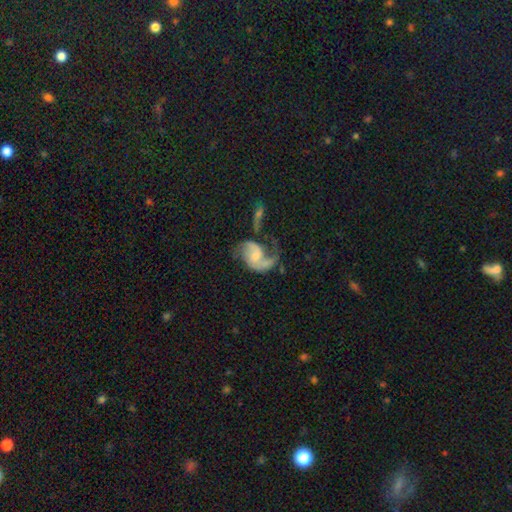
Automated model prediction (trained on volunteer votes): This is clearly a featured or disk galaxy (81%). It is clearly not viewed edge-on (98%). Bar: possibly no (52%). Spiral arm pattern: clearly yes (93%). Spiral arm count: likely 2 (72%). Spiral winding: possibly loose (52%). Central bulge: marginally small (39%). Merging: marginally major disturbance (35%).